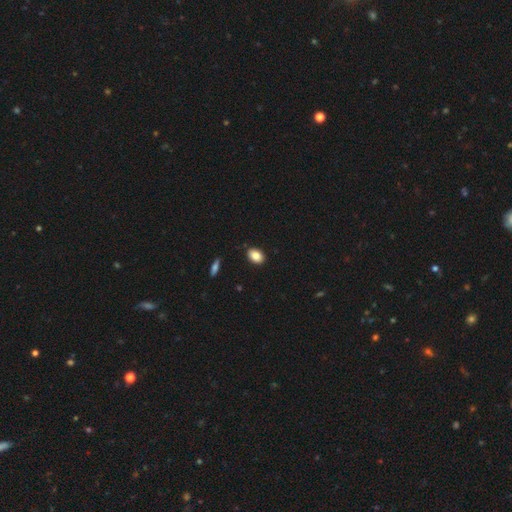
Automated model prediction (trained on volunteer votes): Smooth or featured: smooth — 86% (star or artifact — 8%)
How rounded: in between — 81% (round — 18%)
Merging: none — 88% (minor disturbance — 9%)